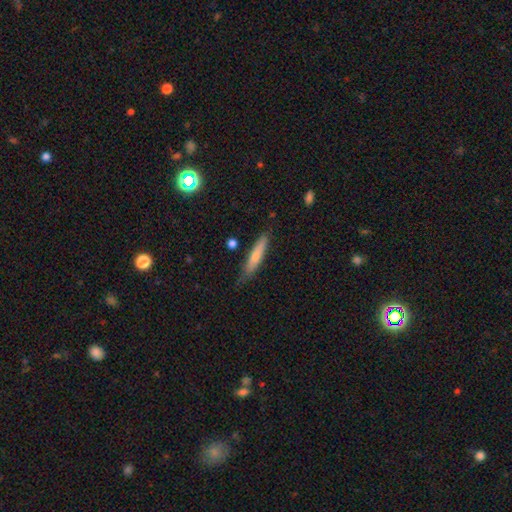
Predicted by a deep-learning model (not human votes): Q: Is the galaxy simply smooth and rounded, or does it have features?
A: smooth — 58%.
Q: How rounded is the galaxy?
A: cigar-shaped — 89%.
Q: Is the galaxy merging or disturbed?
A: none — 79%.